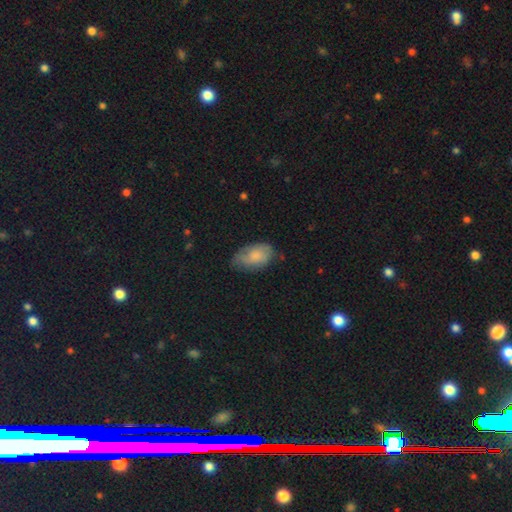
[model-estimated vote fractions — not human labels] Smooth or featured? Predicted: smooth (p=0.72). How rounded? Predicted: in between (p=0.93). Merging? Predicted: none (p=0.59).